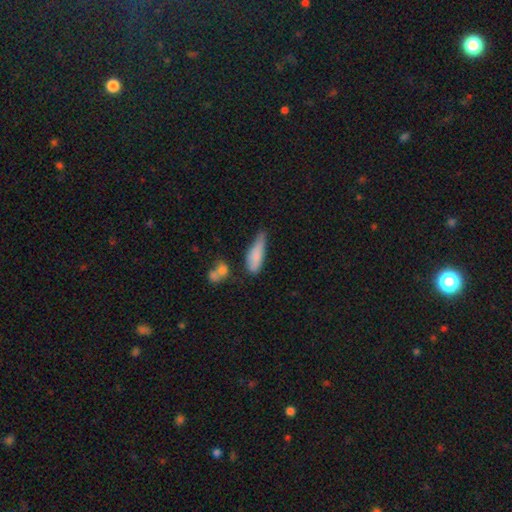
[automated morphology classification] Smooth or featured?
  - smooth: 78% *
  - featured or disk: 15%
  - star or artifact: 7%
How rounded?
  - in between: 50% *
  - cigar-shaped: 48%
  - round: 2%
Merging?
  - minor disturbance: 43% *
  - none: 34%
  - major disturbance: 15%
  - merger: 8%